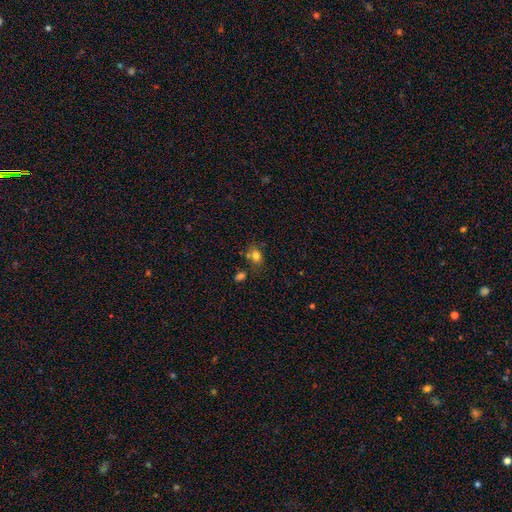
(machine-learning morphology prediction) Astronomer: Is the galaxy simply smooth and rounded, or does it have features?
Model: smooth — 78%.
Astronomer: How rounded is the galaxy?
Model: in between — 57% (runner-up: round, 42%).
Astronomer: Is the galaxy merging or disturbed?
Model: none — 62%.